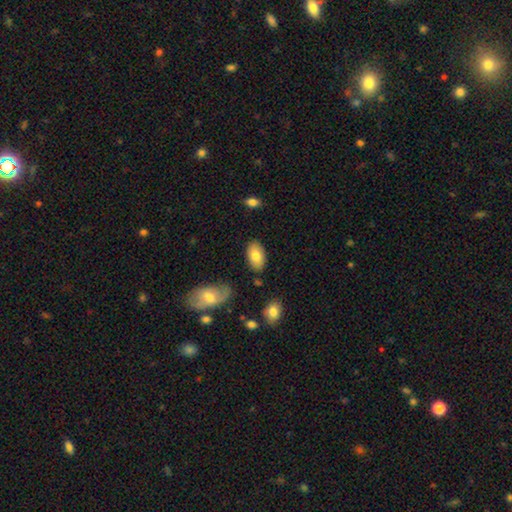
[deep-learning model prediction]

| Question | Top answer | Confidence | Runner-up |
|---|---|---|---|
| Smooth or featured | smooth | 79% | featured or disk (15%) |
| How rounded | in between | 94% | round (4%) |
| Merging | none | 82% | minor disturbance (12%) |